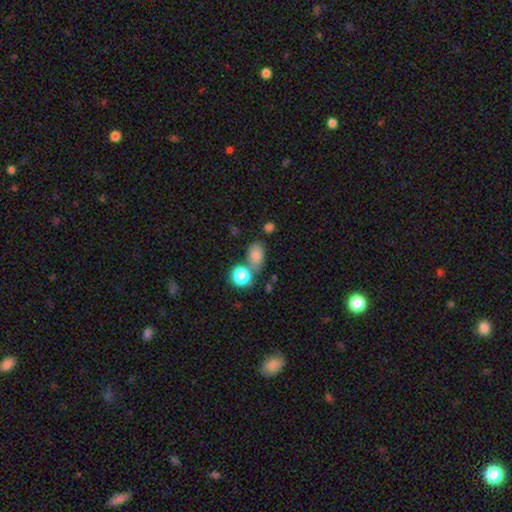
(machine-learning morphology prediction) Overall: smooth (78%). How rounded: in between (79%). Merging: none (60%).